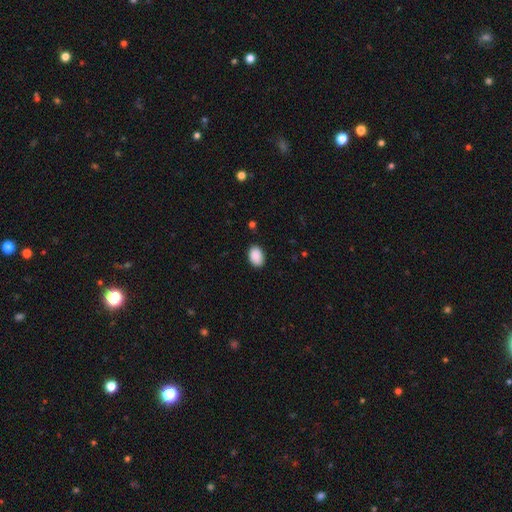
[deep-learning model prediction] smooth-or-featured: smooth: 90% | star or artifact: 7% | featured or disk: 3%
  how-rounded: in between: 86% | round: 13% | cigar-shaped: 1%
  merging: none: 87% | minor disturbance: 10% | major disturbance: 2% | merger: 1%